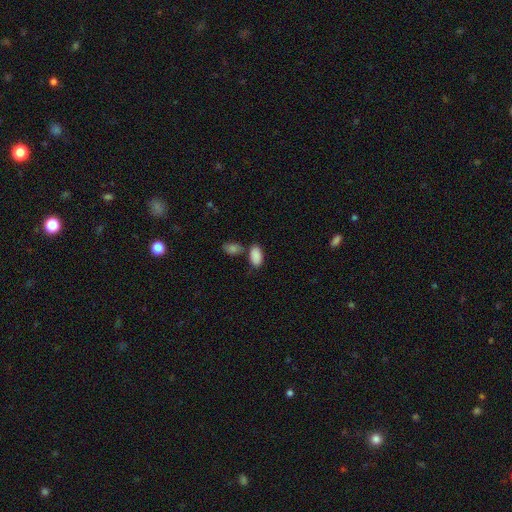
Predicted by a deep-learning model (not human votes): Smooth or featured? Predicted: smooth (p=0.88). How rounded? Predicted: in between (p=0.95). Merging? Predicted: none (p=0.63).